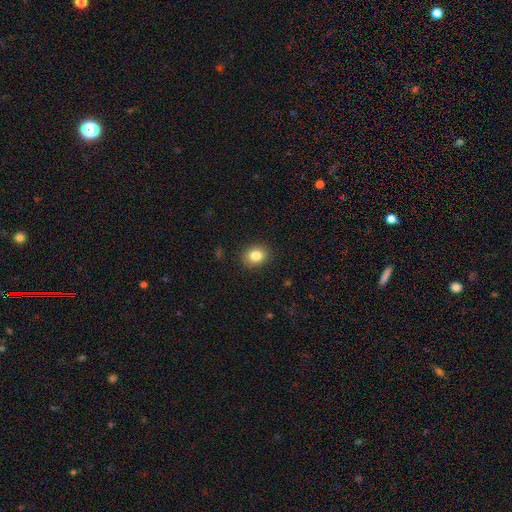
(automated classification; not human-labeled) This is clearly a smooth galaxy (84%). How rounded: possibly round (56%). Merging: clearly none (89%).